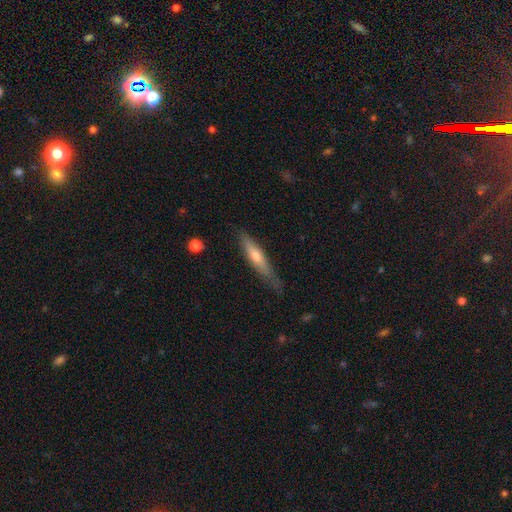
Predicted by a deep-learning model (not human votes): Smooth or featured?
  - featured or disk: 49% *
  - smooth: 44%
  - star or artifact: 6%
Merging?
  - none: 74% *
  - minor disturbance: 21%
  - major disturbance: 4%
  - merger: 2%